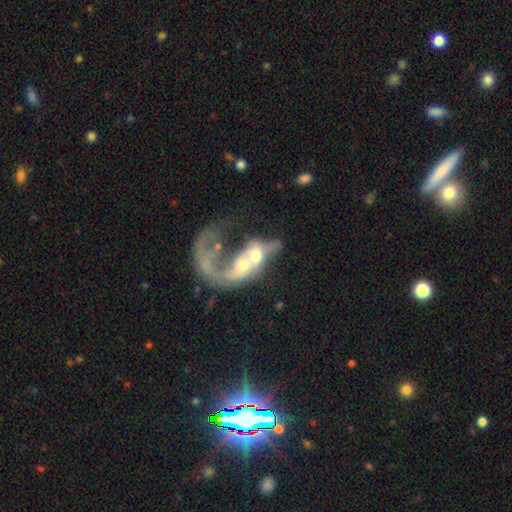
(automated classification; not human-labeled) Morphology: type=featured or disk (60%); edge-on=no (93%); bar=no (74%); spiral arms=no (58%); bulge=moderate (51%); merging=merger (68%).